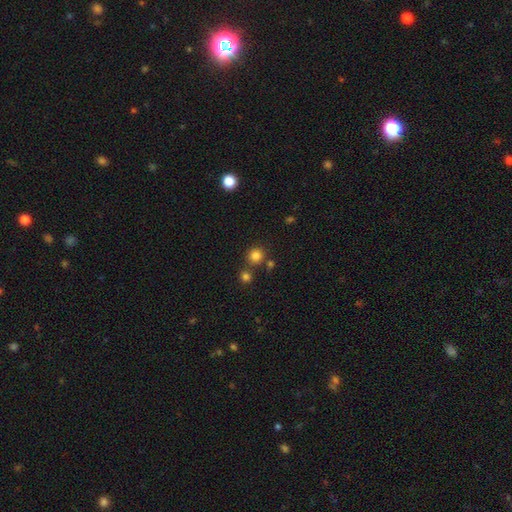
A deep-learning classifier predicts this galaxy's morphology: The model was most divided on "merging": none: 75%, merger: 15%, minor disturbance: 8%, major disturbance: 3%. More confident: how rounded — round (91%); smooth or featured — smooth (80%).